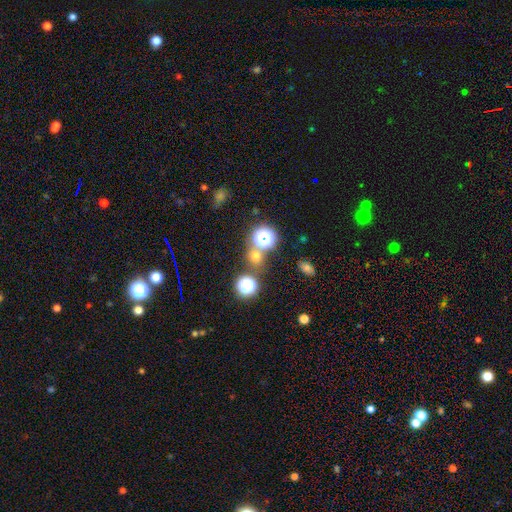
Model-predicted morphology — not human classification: Smooth or featured? smooth (54%)
How rounded? round (84%)
Merging? none (70%)